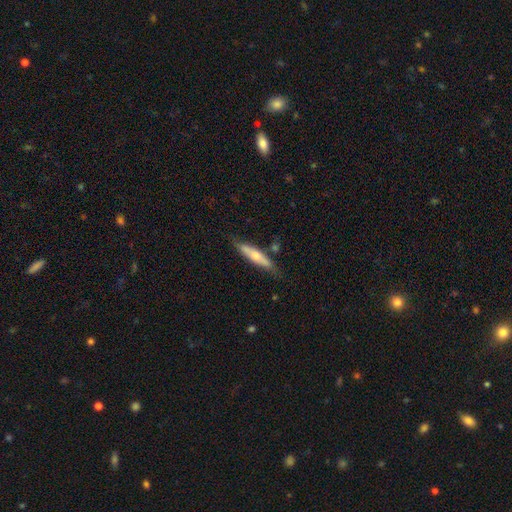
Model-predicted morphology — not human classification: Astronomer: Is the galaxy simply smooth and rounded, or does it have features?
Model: smooth — 54% (runner-up: featured or disk, 40%).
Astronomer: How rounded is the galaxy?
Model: cigar-shaped — 79%.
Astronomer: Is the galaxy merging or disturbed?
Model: none — 73%.